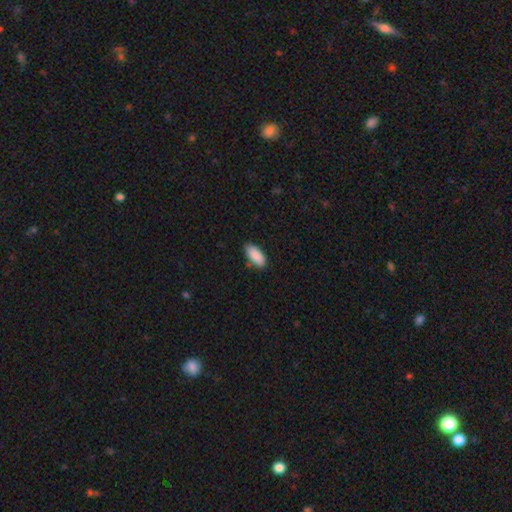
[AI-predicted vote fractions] A smooth galaxy with no disk features (89%) that is in between round and cigar-shaped (88%). Merging: none (80%).